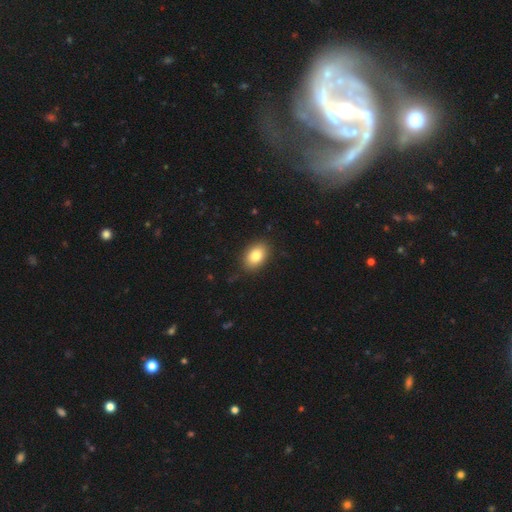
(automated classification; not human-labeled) This is clearly a smooth galaxy (83%). How rounded: clearly in between (85%). Merging: clearly none (86%).